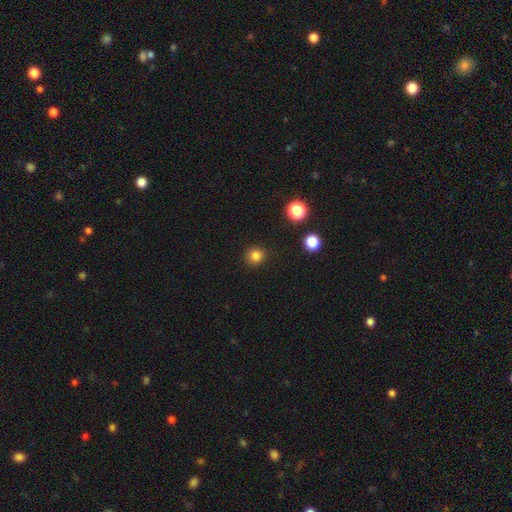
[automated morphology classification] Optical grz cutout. It shows a smooth galaxy with no disk features (82%) that is round (92%). Merging: none (90%).